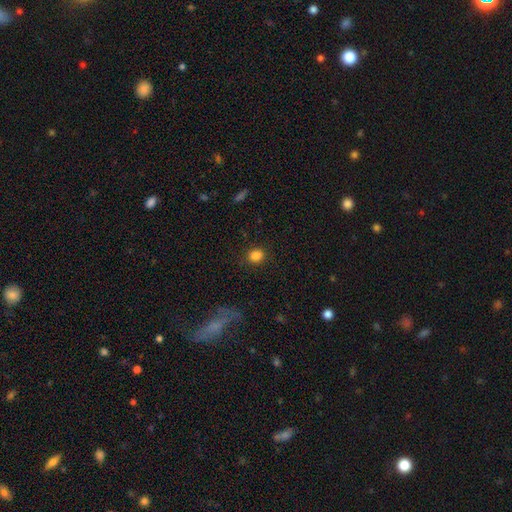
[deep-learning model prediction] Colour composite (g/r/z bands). It shows a smooth galaxy with no disk features (85%) that is round (70%). Merging: none (88%).